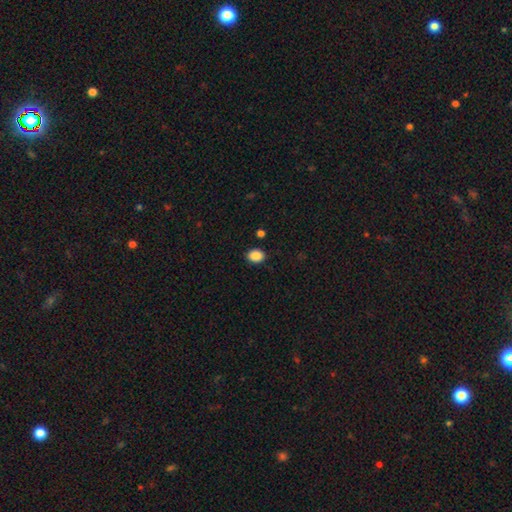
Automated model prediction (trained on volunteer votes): Smooth or featured?
  - smooth: 88% *
  - star or artifact: 9%
  - featured or disk: 3%
How rounded?
  - in between: 58% *
  - round: 41%
  - cigar-shaped: 1%
Merging?
  - none: 88% *
  - minor disturbance: 8%
  - major disturbance: 2%
  - merger: 2%